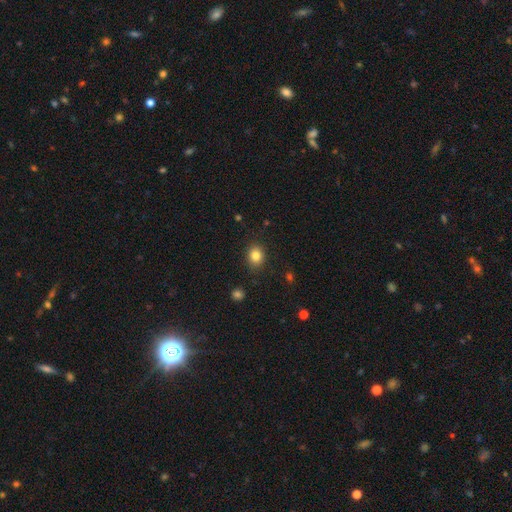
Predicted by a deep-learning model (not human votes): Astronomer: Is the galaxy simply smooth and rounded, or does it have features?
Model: smooth — 83%.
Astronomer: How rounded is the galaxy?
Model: round — 60% (runner-up: in between, 39%).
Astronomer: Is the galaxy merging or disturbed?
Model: none — 87%.